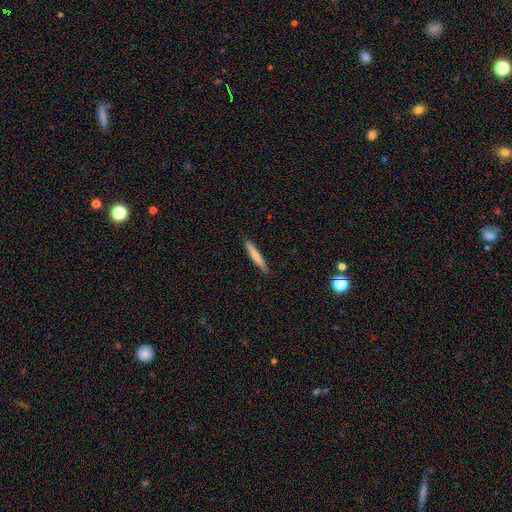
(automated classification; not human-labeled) Smooth or featured?
  - smooth: 72% *
  - featured or disk: 23%
  - star or artifact: 5%
How rounded?
  - cigar-shaped: 95% *
  - in between: 4%
  - round: 1%
Merging?
  - none: 90% *
  - minor disturbance: 7%
  - major disturbance: 1%
  - merger: 1%